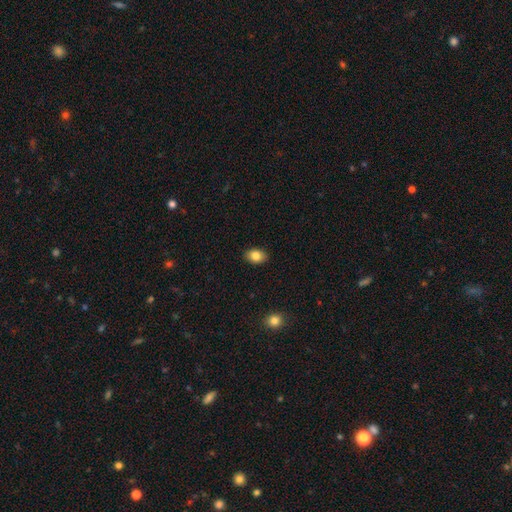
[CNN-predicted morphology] This is clearly a smooth galaxy (85%). How rounded: likely in between (77%). Merging: clearly none (89%).